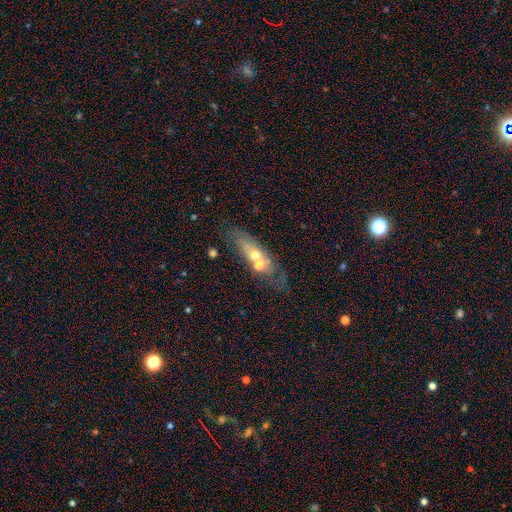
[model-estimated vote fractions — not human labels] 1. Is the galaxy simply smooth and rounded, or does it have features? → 46% featured or disk, 41% smooth, 13% star or artifact.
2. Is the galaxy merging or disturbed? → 59% none, 20% merger, 15% minor disturbance, 7% major disturbance.